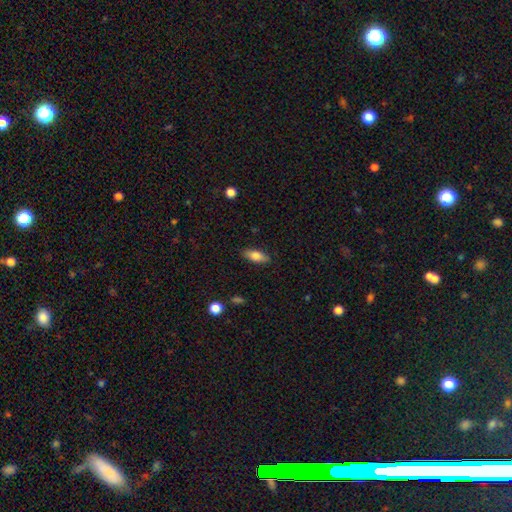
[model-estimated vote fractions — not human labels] This appears to be a smooth galaxy with no disk features (78%) that is in between round and cigar-shaped (75%). Merging: none (86%).